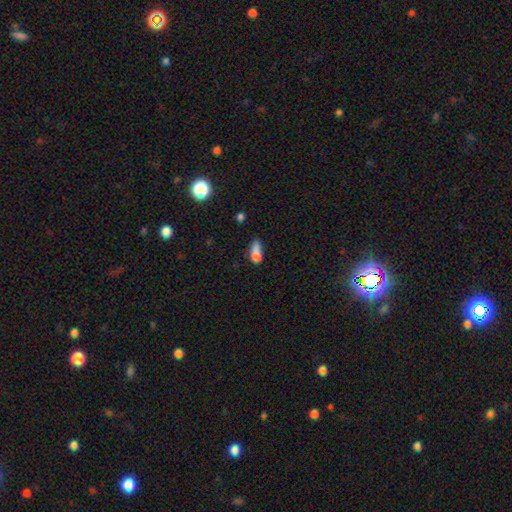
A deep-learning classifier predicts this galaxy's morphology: This appears to be a smooth galaxy with no disk features (72%) that is in between round and cigar-shaped (66%). Merging: none (28%, tied with minor disturbance).